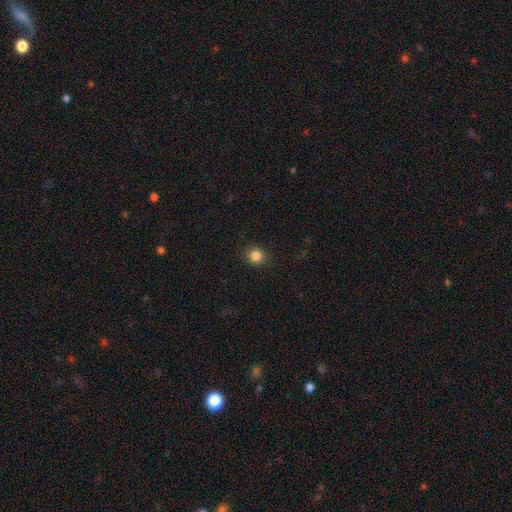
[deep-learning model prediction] smooth_or_featured: smooth (p=0.84) [alt: star or artifact p=0.11]
how_rounded: round (p=0.86) [alt: in between p=0.13]
merging: none (p=0.89) [alt: minor disturbance p=0.08]